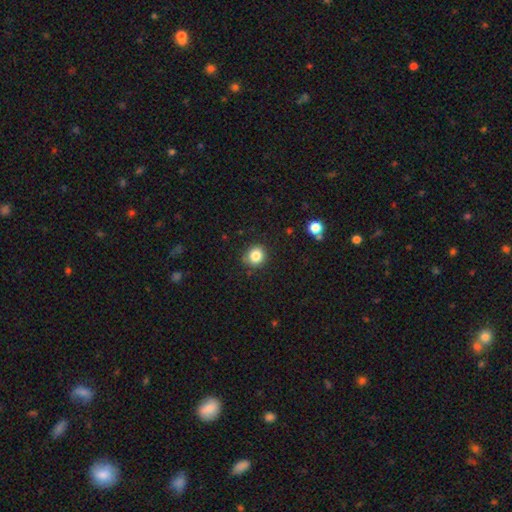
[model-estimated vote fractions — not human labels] This appears to be a smooth galaxy with no disk features (84%) that is round (84%). Merging: none (83%).